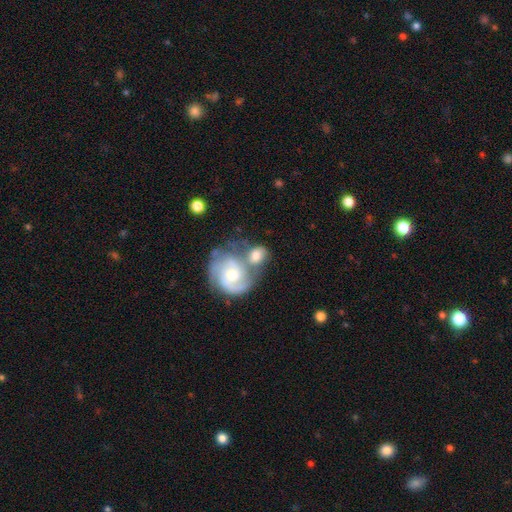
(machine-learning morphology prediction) Overall: featured or disk (55%; smooth 39%). Edge-on disk: no (96%). Bar: no (59%; weak 34%). Spiral arms: yes (86%). Bulge size: moderate (66%). Merging: merger (54%; none 28%).